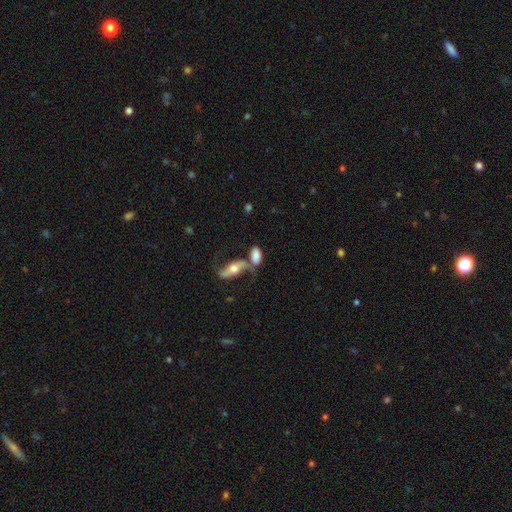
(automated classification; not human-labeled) Morphology: type=smooth (64%); roundness=in between (86%); merging=merger (41%).